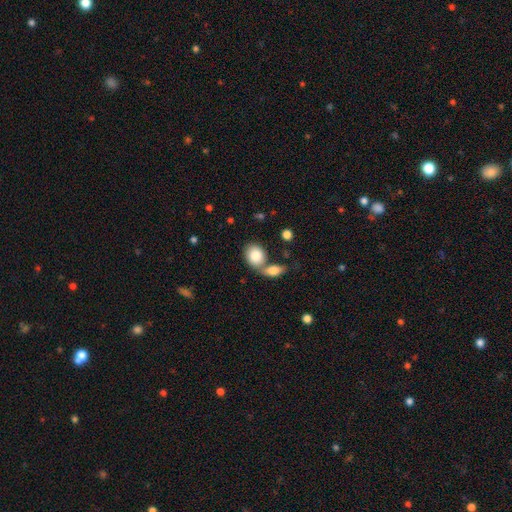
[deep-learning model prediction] This is clearly a smooth galaxy (84%). How rounded: possibly in between (58%). Merging: possibly merger (49%).